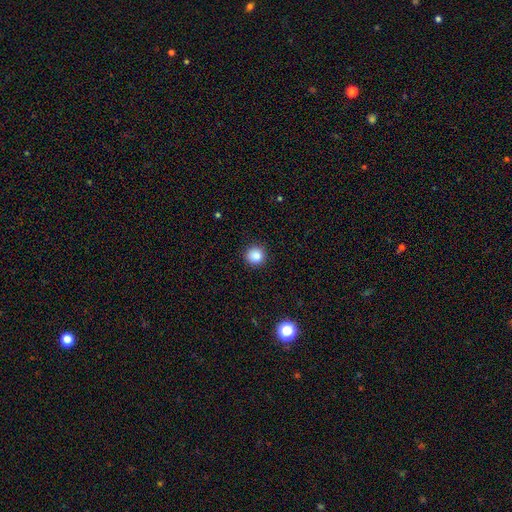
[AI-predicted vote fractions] Morphology: type=smooth (85%); roundness=round (95%); merging=none (91%).